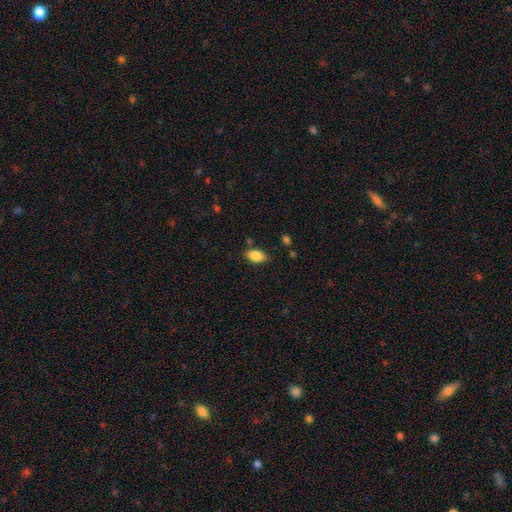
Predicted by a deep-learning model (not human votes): Smooth or featured: smooth — 85% (featured or disk — 8%)
How rounded: in between — 91% (round — 5%)
Merging: none — 82% (minor disturbance — 13%)